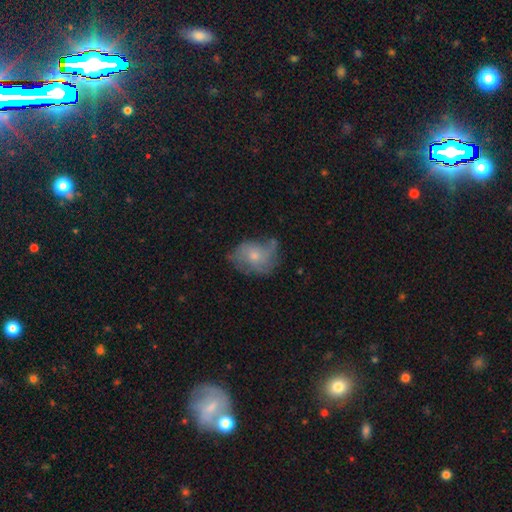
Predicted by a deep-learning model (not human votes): Overall: featured or disk (49%; smooth 42%). Merging: none (43%; minor disturbance 33%).